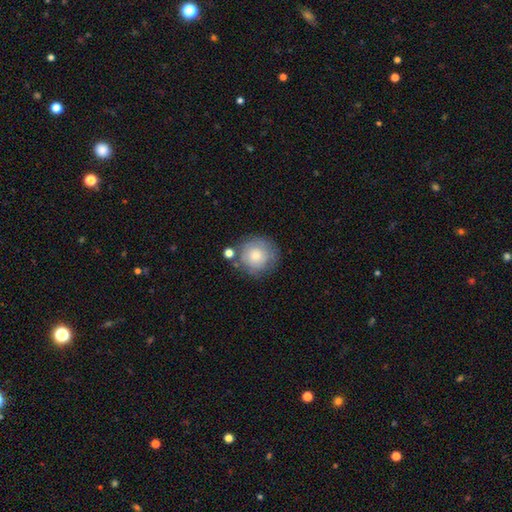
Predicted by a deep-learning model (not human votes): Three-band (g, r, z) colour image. It shows a smooth galaxy with no disk features (72%) that is round (93%). Merging: none (70%).